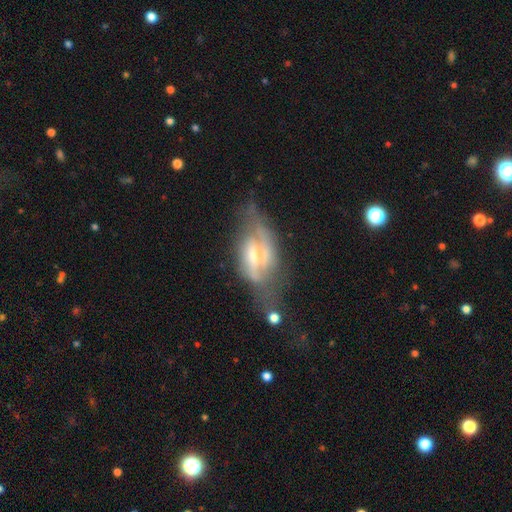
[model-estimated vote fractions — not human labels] smooth_or_featured: featured or disk (p=0.72) [alt: smooth p=0.21]
disk_edge_on: no (p=0.74) [alt: yes p=0.26]
bar: no (p=0.48) [alt: weak p=0.37]
has_spiral_arms: yes (p=0.65) [alt: no p=0.35]
bulge_size: moderate (p=0.49) [alt: small p=0.34]
merging: none (p=0.35) [alt: major disturbance p=0.31]